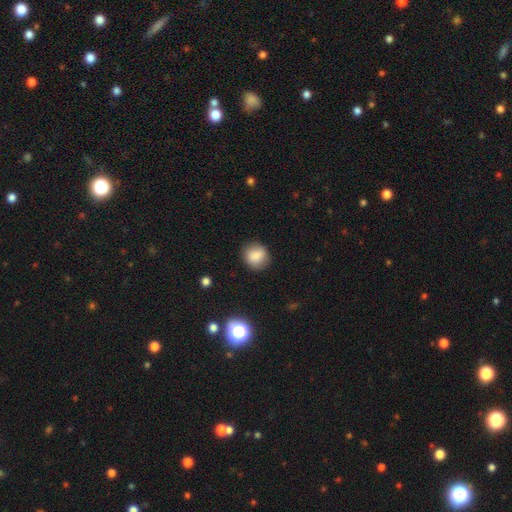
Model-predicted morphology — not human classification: Smooth or featured?
  - smooth: 83% *
  - star or artifact: 10%
  - featured or disk: 8%
How rounded?
  - round: 80% *
  - in between: 19%
  - cigar-shaped: 1%
Merging?
  - none: 85% *
  - minor disturbance: 10%
  - major disturbance: 3%
  - merger: 1%